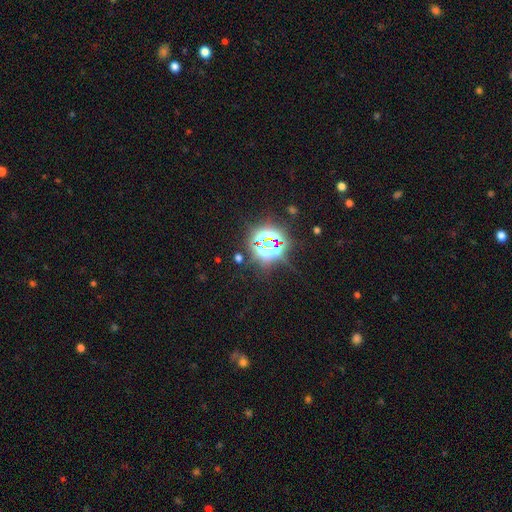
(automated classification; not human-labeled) star or artifact 80%, smooth 12%, featured or disk 8%.